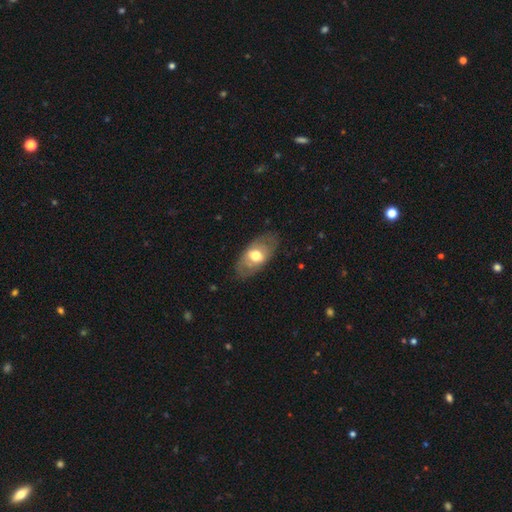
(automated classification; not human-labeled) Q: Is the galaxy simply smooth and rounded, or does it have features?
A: smooth — 47%, tied with featured or disk.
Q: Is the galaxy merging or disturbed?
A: none — 76%.